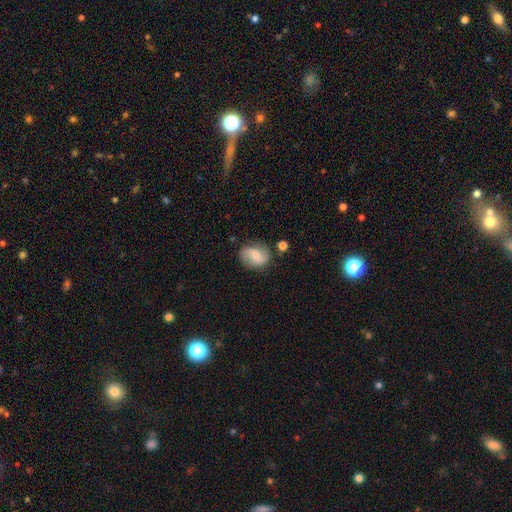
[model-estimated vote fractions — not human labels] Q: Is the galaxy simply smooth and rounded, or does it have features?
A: smooth — 48%.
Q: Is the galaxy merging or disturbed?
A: none — 73%.